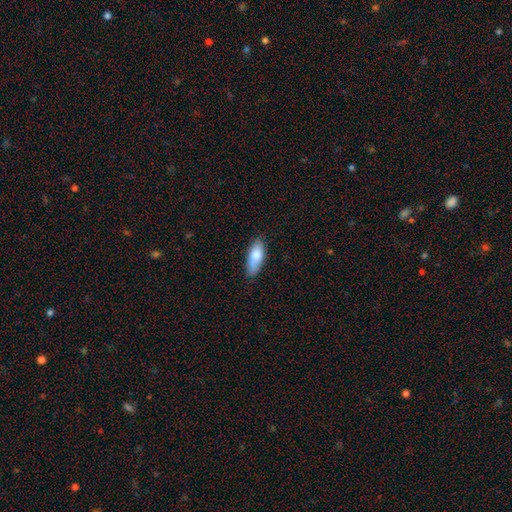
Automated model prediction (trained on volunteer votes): Smooth or featured? smooth (80%)
How rounded? in between (74%)
Merging? none (74%)